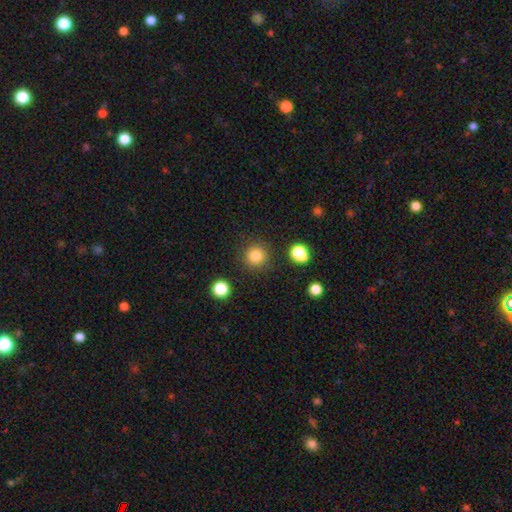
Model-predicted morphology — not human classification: Smooth or featured? Predicted: smooth (p=0.83). How rounded? Predicted: round (p=0.94). Merging? Predicted: none (p=0.89).